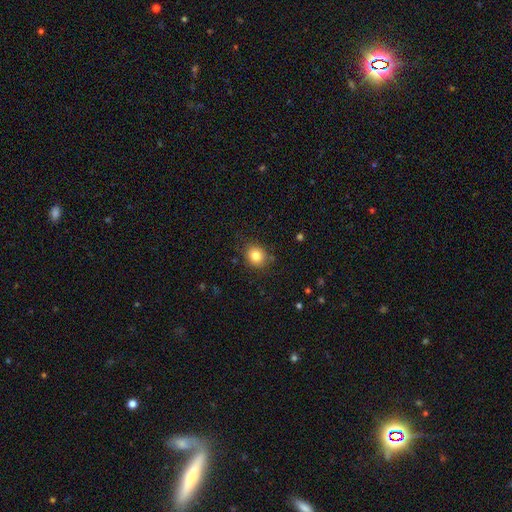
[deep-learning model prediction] Morphology: type=smooth (82%); roundness=round (77%); merging=none (83%).